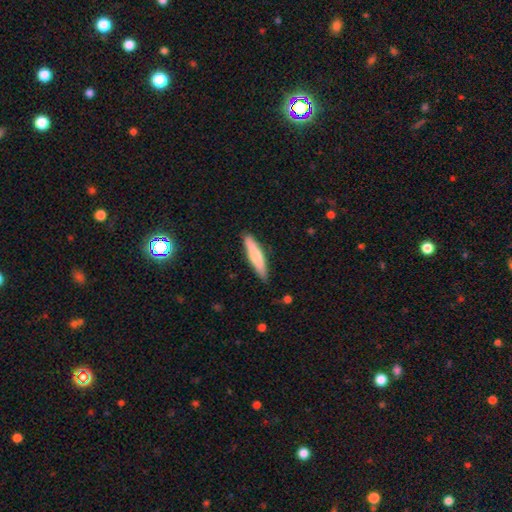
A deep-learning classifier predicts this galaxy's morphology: This is likely a smooth galaxy (70%). How rounded: clearly cigar-shaped (85%). Merging: clearly none (85%).